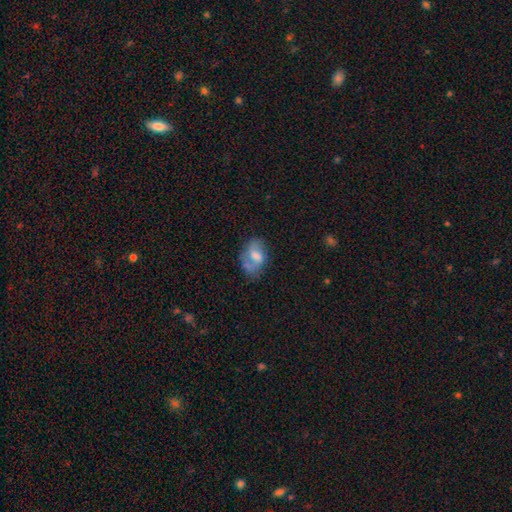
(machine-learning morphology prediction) This appears to be a featured or disk galaxy (46%). Merging: none (44%).